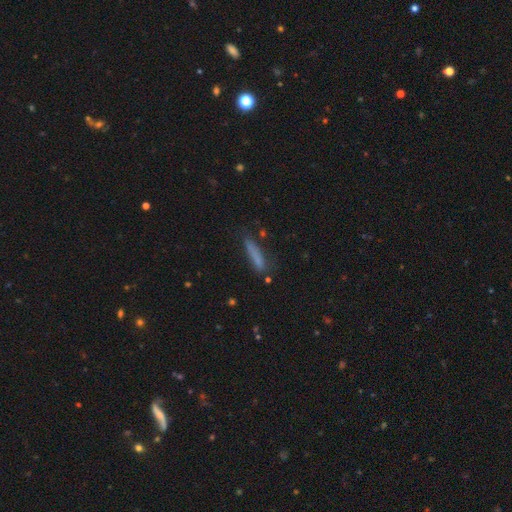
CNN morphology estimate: This appears to be a smooth galaxy with no disk features (73%) that is cigar-shaped (86%). Merging: none (68%).